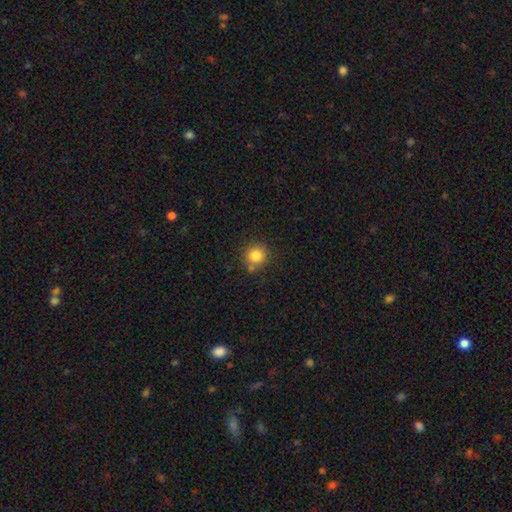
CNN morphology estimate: type=smooth (82%); roundness=round (92%); merging=none (78%).